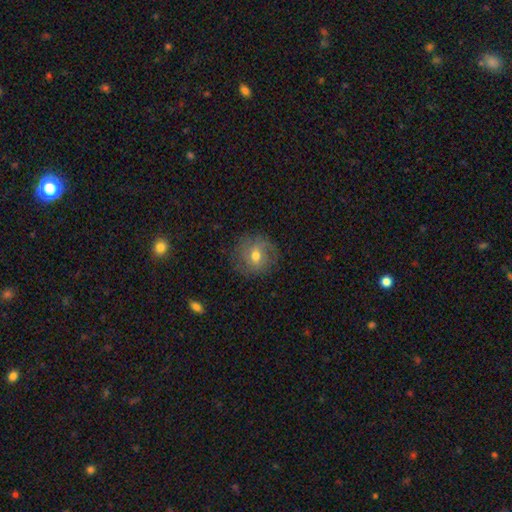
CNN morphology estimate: The model was most divided on "smooth or featured": smooth: 53%, featured or disk: 37%, star or artifact: 10%. More confident: how rounded — round (84%); merging — none (76%).